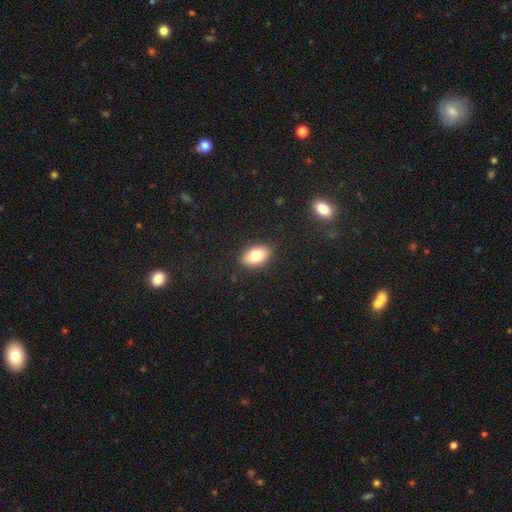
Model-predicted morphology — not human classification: smooth 79%, featured or disk 12%, star or artifact 9%. Down the decision tree: how rounded — in between (87%); merging — none (88%).